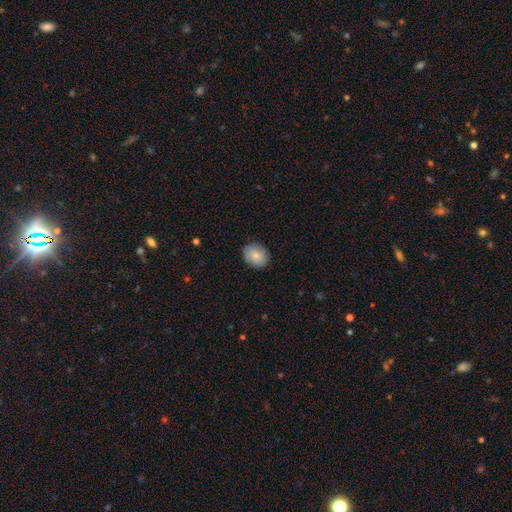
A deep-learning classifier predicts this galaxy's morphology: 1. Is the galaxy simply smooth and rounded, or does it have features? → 76% smooth, 17% featured or disk, 7% star or artifact.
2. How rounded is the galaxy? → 50% round, 49% in between, 1% cigar-shaped.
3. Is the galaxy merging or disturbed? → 85% none, 12% minor disturbance, 3% major disturbance, 1% merger.